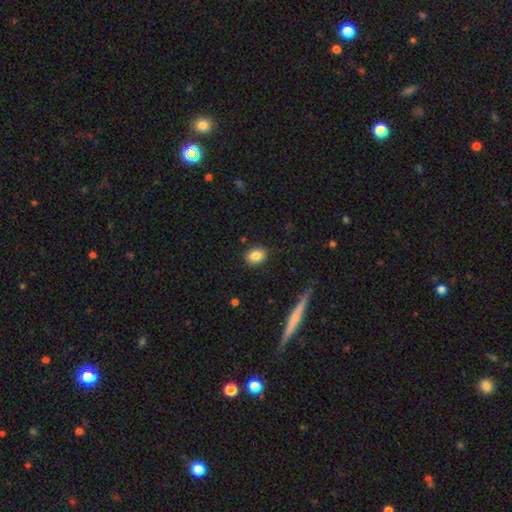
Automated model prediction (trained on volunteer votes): This is clearly a smooth galaxy (84%). How rounded: possibly in between (59%). Merging: clearly none (89%).